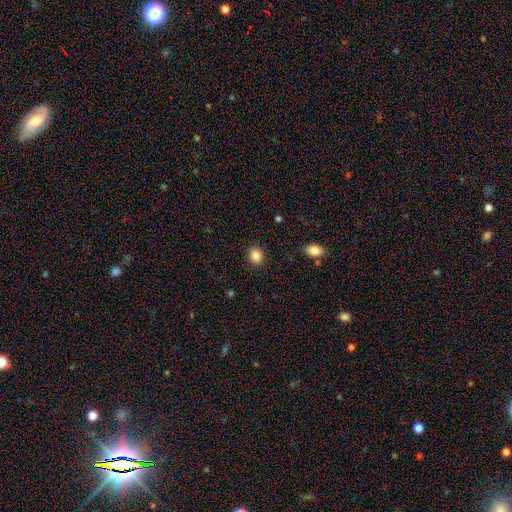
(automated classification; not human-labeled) Q: Smooth or featured?
A: smooth (86%); runner-up: star or artifact (10%)
Q: How rounded?
A: round (68%); runner-up: in between (31%)
Q: Merging?
A: none (88%); runner-up: minor disturbance (8%)